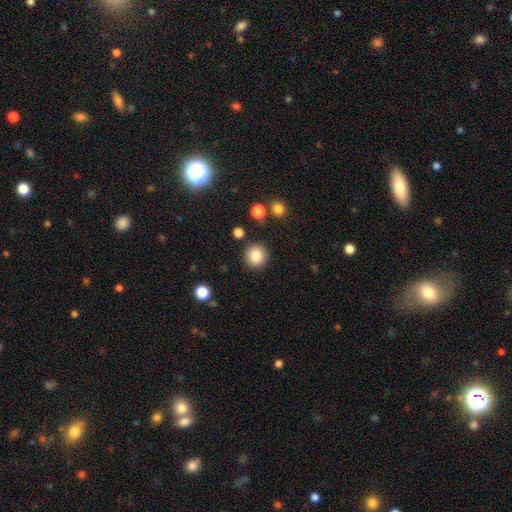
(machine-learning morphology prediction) Overall: smooth (85%). How rounded: round (90%). Merging: none (89%).